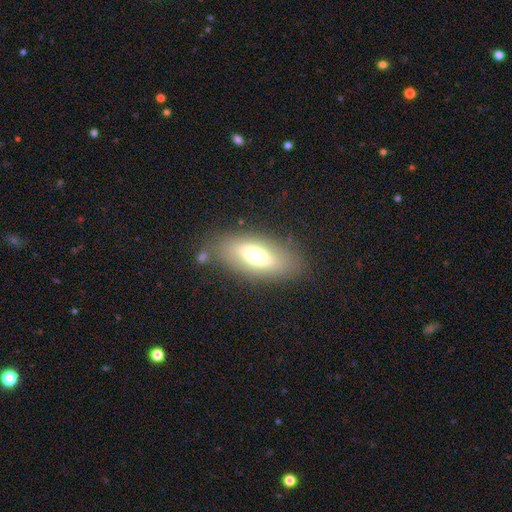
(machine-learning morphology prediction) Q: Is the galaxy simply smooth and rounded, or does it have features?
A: smooth — 61%.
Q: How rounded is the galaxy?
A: in between — 81%.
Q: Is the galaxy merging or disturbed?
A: none — 78%.